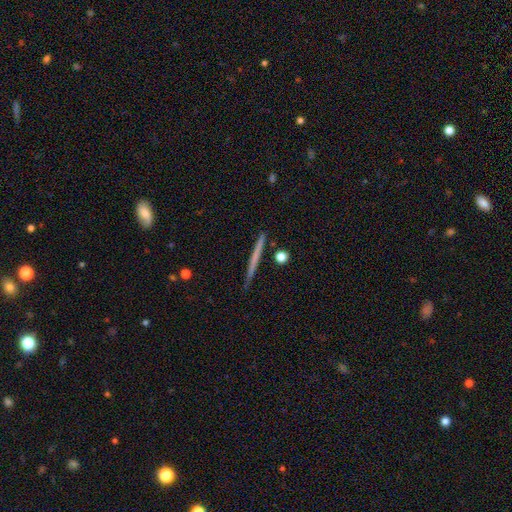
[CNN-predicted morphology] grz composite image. It shows a smooth galaxy with no disk features (48%). Merging: none (90%).